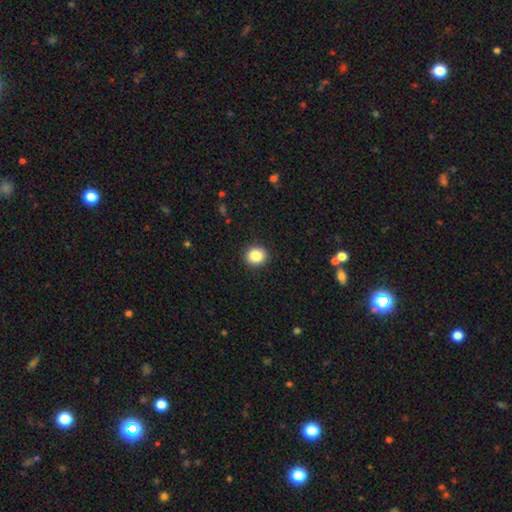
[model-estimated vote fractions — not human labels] This appears to be a smooth galaxy with no disk features (86%) that is round (83%). Merging: none (92%).